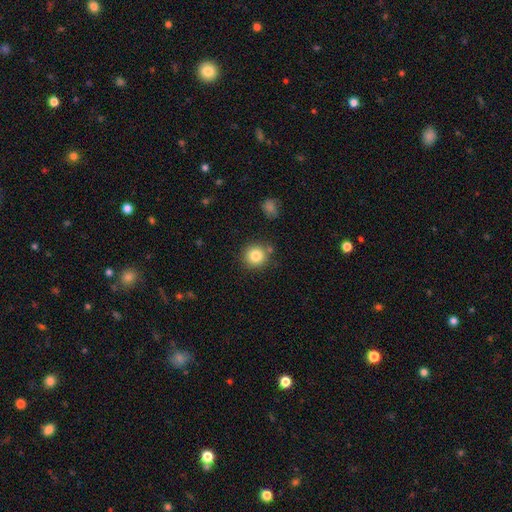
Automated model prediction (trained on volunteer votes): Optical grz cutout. It shows a smooth galaxy with no disk features (83%) that is round (92%). Merging: none (82%).